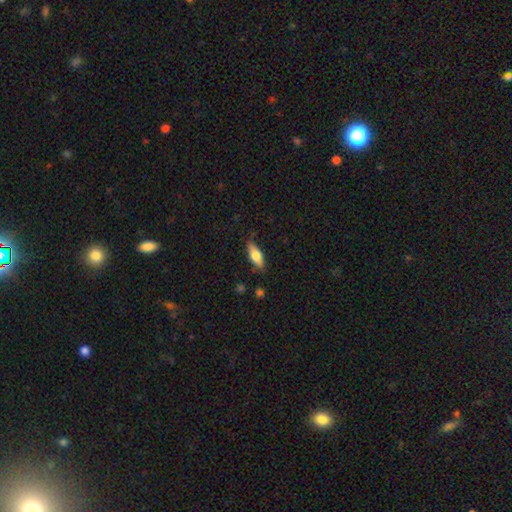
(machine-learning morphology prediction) smooth_or_featured: smooth (p=0.65) [alt: featured or disk p=0.29]
how_rounded: in between (p=0.64) [alt: cigar-shaped p=0.33]
merging: none (p=0.83) [alt: minor disturbance p=0.13]